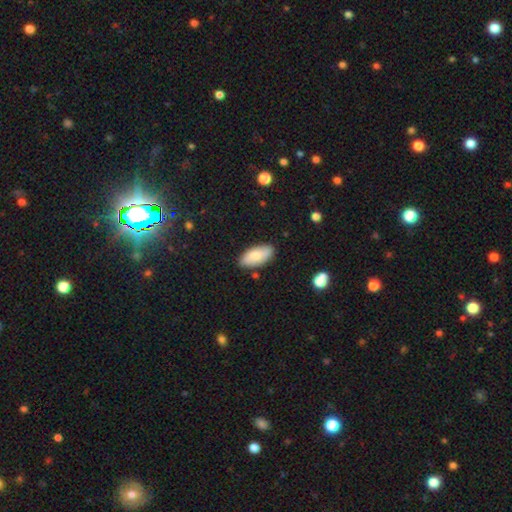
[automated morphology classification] Smooth or featured: smooth — 77% (featured or disk — 17%)
How rounded: in between — 91% (cigar-shaped — 7%)
Merging: none — 82% (minor disturbance — 14%)